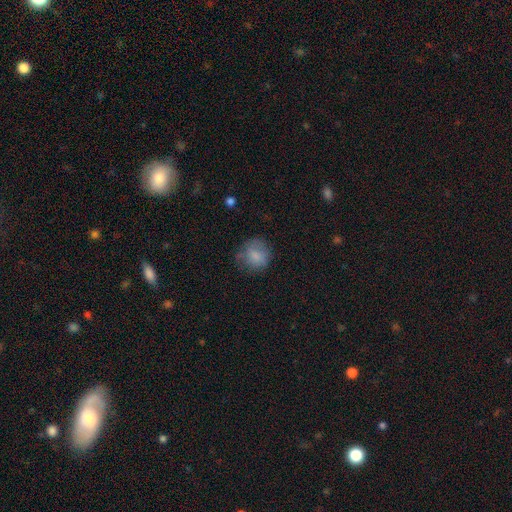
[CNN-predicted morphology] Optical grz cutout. It shows a smooth galaxy with no disk features (78%) that is round (83%). Merging: none (62%).